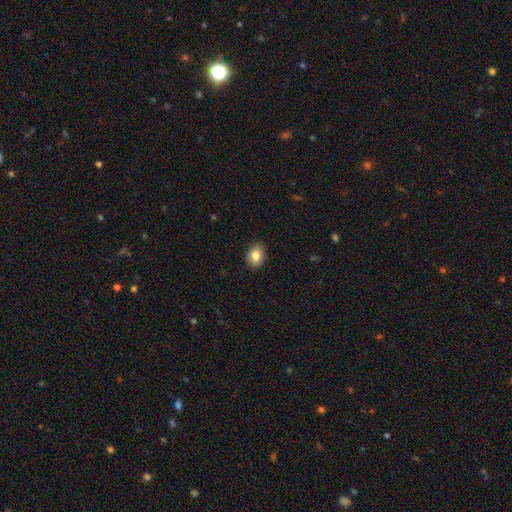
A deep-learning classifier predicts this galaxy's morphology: A smooth galaxy with no disk features (83%) that is in between round and cigar-shaped (62%).

Vote fractions:
- Smooth or featured? smooth: 83% / star or artifact: 9% / featured or disk: 8%
- How rounded? in between: 62% / round: 37% / cigar-shaped: 1%
- Merging? none: 89% / minor disturbance: 8% / major disturbance: 2% / merger: 1%